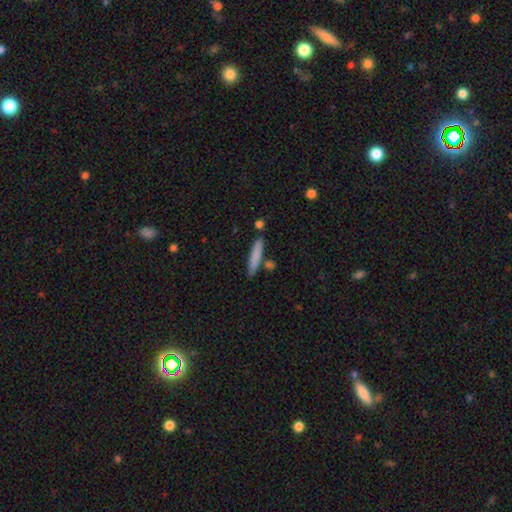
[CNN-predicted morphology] This is likely a smooth galaxy (78%). How rounded: clearly cigar-shaped (89%). Merging: likely none (79%).